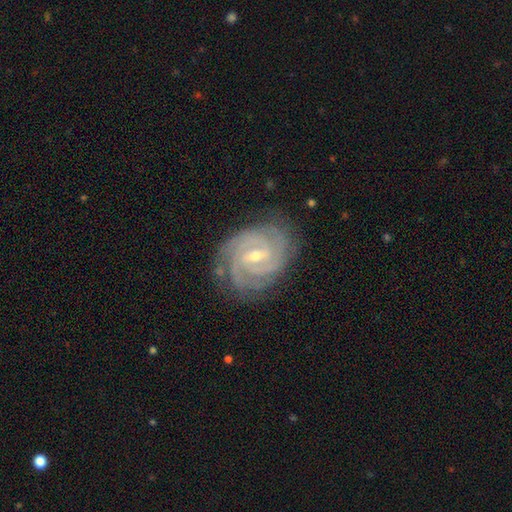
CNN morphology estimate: This appears to be a featured or disk galaxy (92%) with a weak bar (55%), 3 (34%) tight (76%) spiral arms (98%) and a small central bulge (57%). Merging: none (80%).